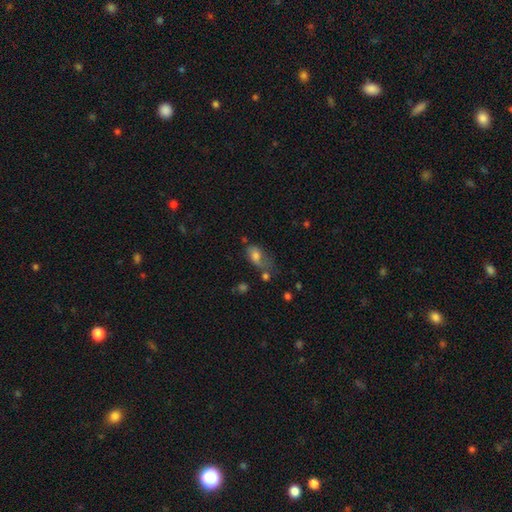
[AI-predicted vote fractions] smooth 70%, featured or disk 20%, star or artifact 10%. Down the decision tree: how rounded — in between (84%); merging — none (35%).